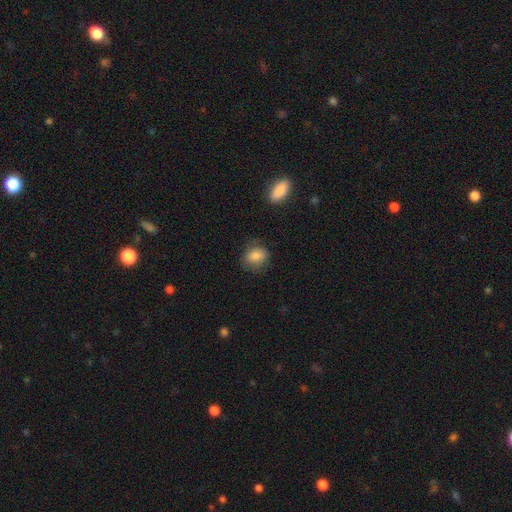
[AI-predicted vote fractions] Smooth or featured? Predicted: smooth (p=0.82). How rounded? Predicted: in between (p=0.51). Merging? Predicted: none (p=0.73).